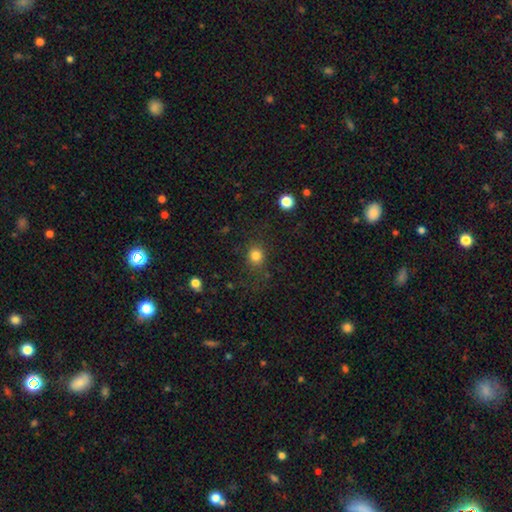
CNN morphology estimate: This is clearly a smooth galaxy (83%). How rounded: clearly round (81%). Merging: likely none (78%).